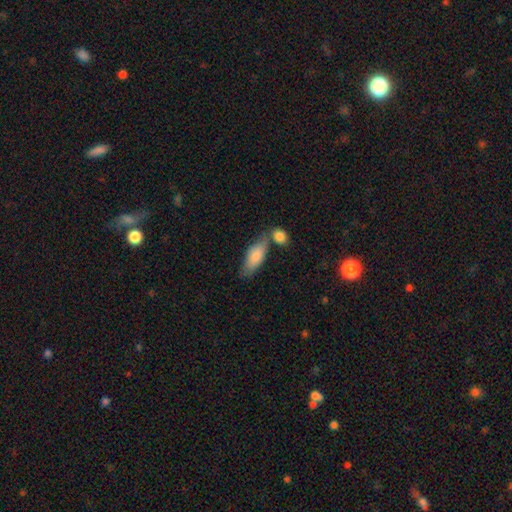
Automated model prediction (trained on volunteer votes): Smooth or featured: smooth — 80% (featured or disk — 14%)
How rounded: in between — 74% (cigar-shaped — 24%)
Merging: none — 52% (merger — 26%)